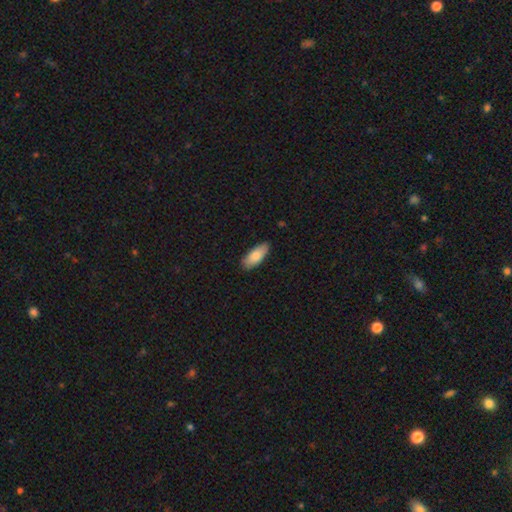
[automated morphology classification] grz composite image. It shows a smooth galaxy with no disk features (82%) that is in between round and cigar-shaped (83%). Merging: none (85%).